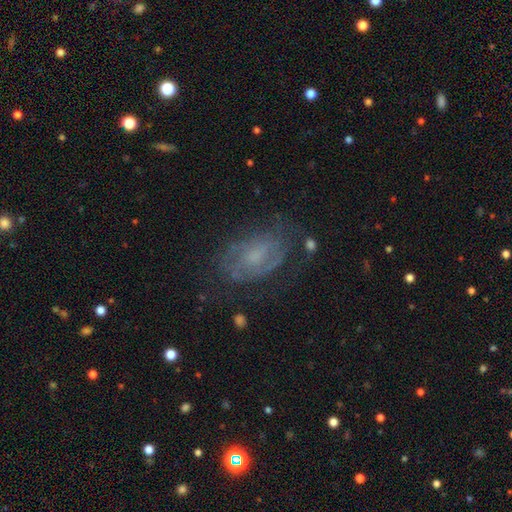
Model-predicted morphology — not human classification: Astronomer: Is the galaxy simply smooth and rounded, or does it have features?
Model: featured or disk — 62%.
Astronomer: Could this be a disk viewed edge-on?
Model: no — 96%.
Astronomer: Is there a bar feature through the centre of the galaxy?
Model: no — 56% (runner-up: weak, 37%).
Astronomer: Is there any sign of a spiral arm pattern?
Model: yes — 79%.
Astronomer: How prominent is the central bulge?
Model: small — 41% (runner-up: none, 27%).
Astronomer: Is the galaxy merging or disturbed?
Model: none — 66%.